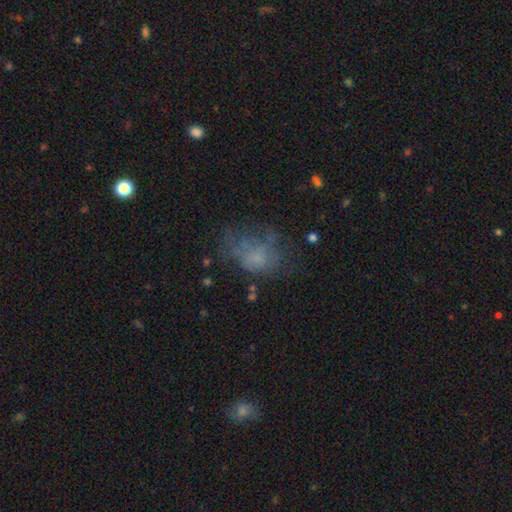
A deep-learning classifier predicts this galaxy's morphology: This is possibly a smooth galaxy (52%). How rounded: likely in between (67%). Merging: marginally none (40%).